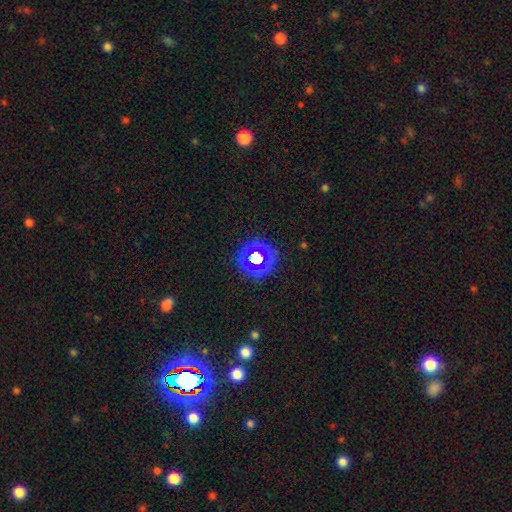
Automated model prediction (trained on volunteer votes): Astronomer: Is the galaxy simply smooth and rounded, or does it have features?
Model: star or artifact — 58% (runner-up: smooth, 35%).